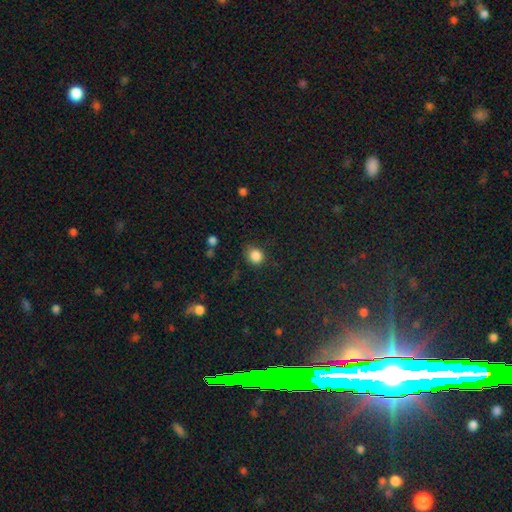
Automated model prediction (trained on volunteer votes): Morphology: type=smooth (85%); roundness=round (77%); merging=none (70%).